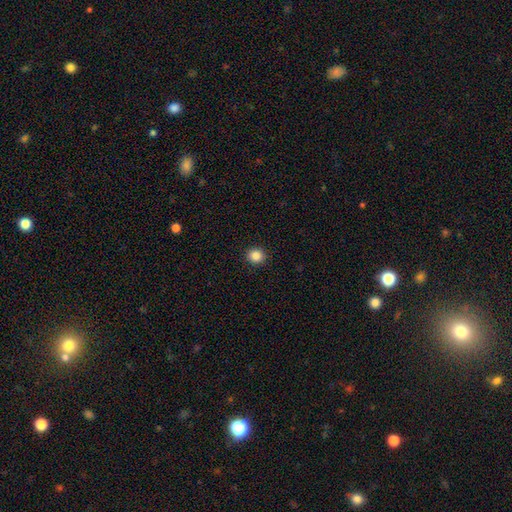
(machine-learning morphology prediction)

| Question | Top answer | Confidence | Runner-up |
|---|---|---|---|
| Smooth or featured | smooth | 86% | star or artifact (11%) |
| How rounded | round | 90% | in between (9%) |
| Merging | none | 93% | minor disturbance (5%) |